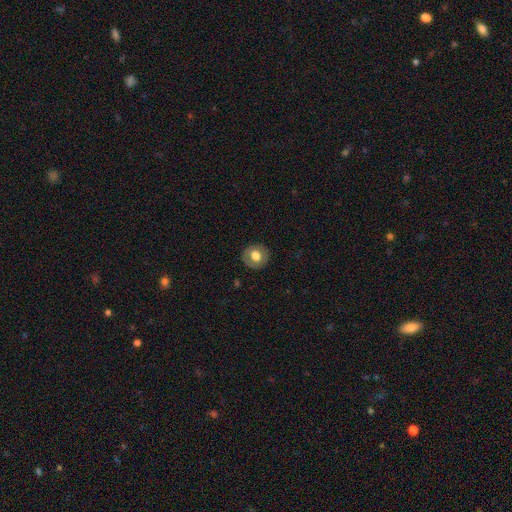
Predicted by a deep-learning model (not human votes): Overall: smooth (64%; featured or disk 28%). How rounded: round (87%). Merging: none (87%).